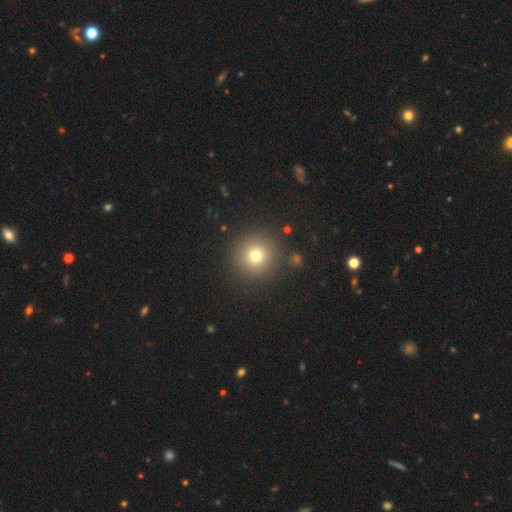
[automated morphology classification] This is likely a smooth galaxy (74%). How rounded: clearly round (95%). Merging: clearly none (89%).